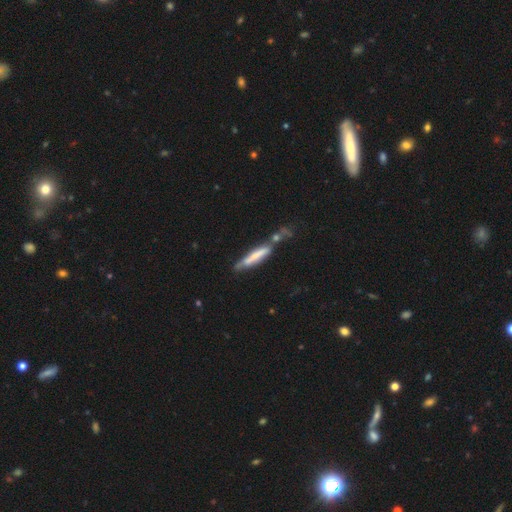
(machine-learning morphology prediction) The model was most divided on "smooth or featured": smooth: 50%, featured or disk: 44%, star or artifact: 7%. Remaining: merging — none (39%).